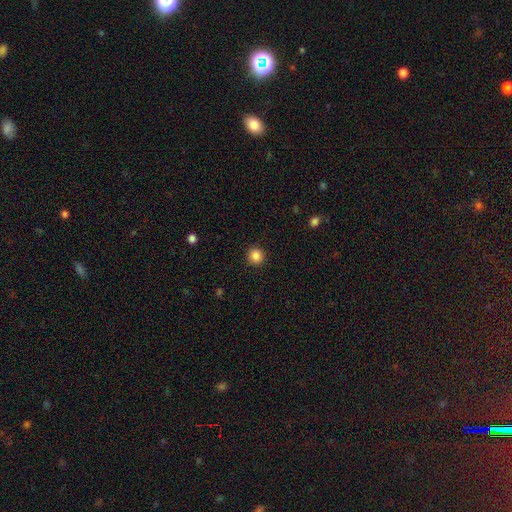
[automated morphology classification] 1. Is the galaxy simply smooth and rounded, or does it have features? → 86% smooth, 11% star or artifact, 3% featured or disk.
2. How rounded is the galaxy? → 92% round, 7% in between, 1% cigar-shaped.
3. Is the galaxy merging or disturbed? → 91% none, 5% minor disturbance, 2% major disturbance, 1% merger.